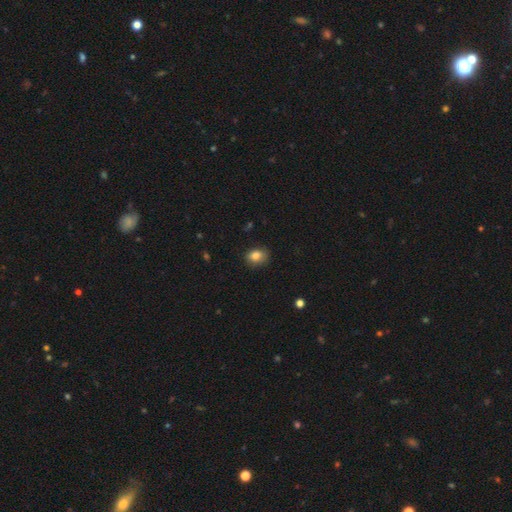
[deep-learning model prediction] A smooth galaxy with no disk features (82%) that is in between round and cigar-shaped (57%). Merging: none (79%).